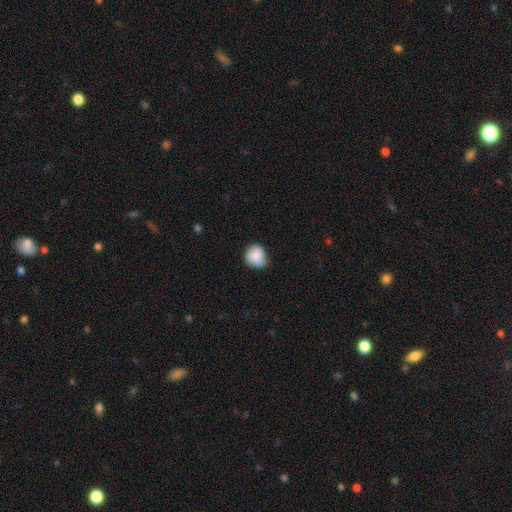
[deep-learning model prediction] The model was most divided on "merging": none: 67%, minor disturbance: 27%, major disturbance: 4%, merger: 1%. More confident: smooth or featured — smooth (81%); how rounded — round (79%).